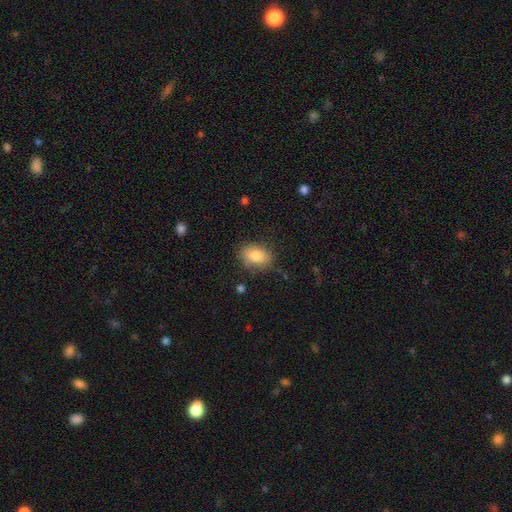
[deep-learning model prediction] Overall: smooth (82%). How rounded: in between (82%). Merging: none (79%).